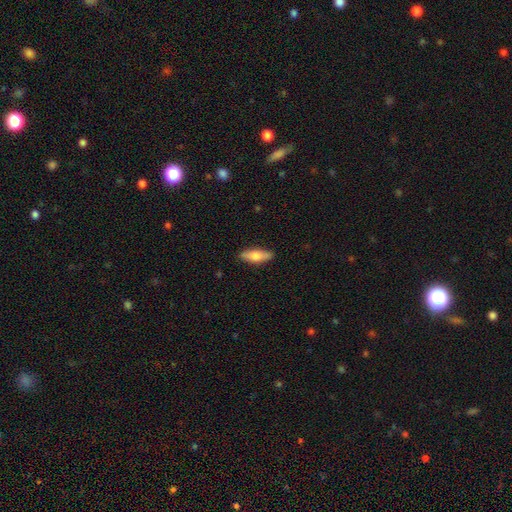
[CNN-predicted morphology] The model was most divided on "how rounded": in between: 56%, cigar-shaped: 42%, round: 2%. More confident: merging — none (87%); smooth or featured — smooth (65%).